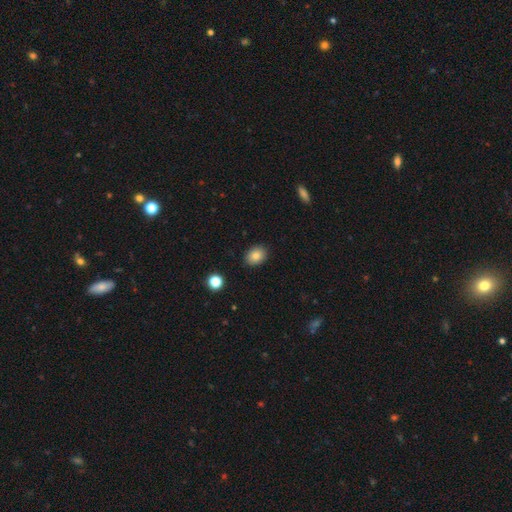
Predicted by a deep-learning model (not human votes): A smooth galaxy with no disk features (83%) that is in between round and cigar-shaped (62%). Merging: none (89%).